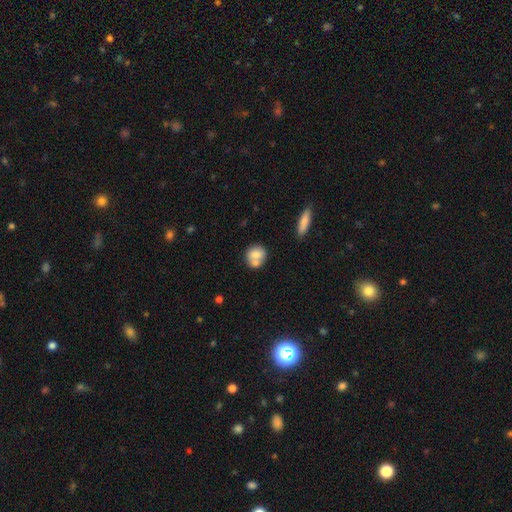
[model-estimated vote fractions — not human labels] This is likely a smooth galaxy (73%). How rounded: likely round (74%). Merging: possibly none (46%).